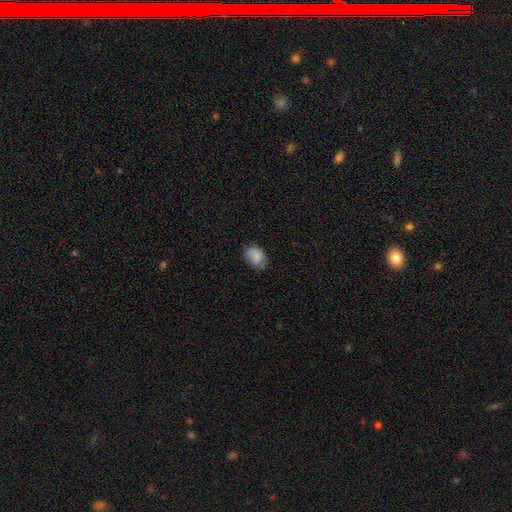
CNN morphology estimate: Smooth or featured? Predicted: smooth (p=0.81). How rounded? Predicted: in between (p=0.74). Merging? Predicted: none (p=0.69).